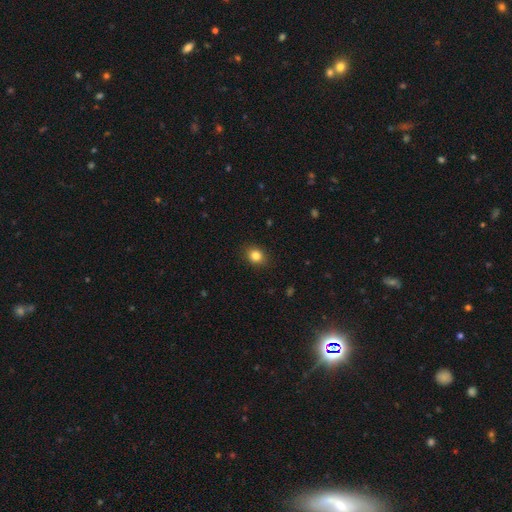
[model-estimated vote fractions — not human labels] The model was most divided on "how rounded": round: 61%, in between: 38%, cigar-shaped: 1%. More confident: merging — none (89%); smooth or featured — smooth (83%).